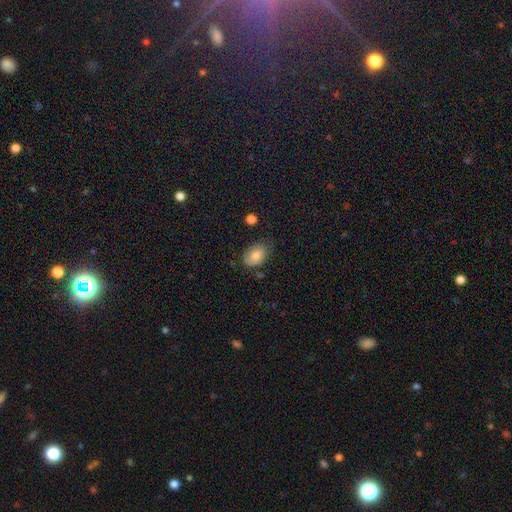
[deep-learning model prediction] Q: Smooth or featured?
A: smooth (77%); runner-up: featured or disk (14%)
Q: How rounded?
A: in between (79%); runner-up: round (20%)
Q: Merging?
A: none (66%); runner-up: minor disturbance (26%)